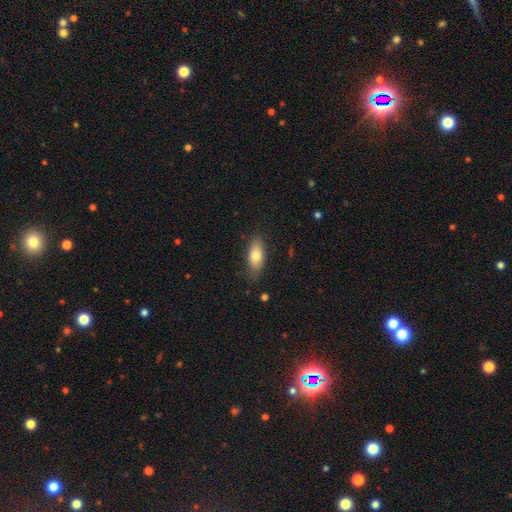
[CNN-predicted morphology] Smooth or featured: smooth — 76% (featured or disk — 17%)
How rounded: in between — 82% (cigar-shaped — 14%)
Merging: none — 77% (minor disturbance — 17%)